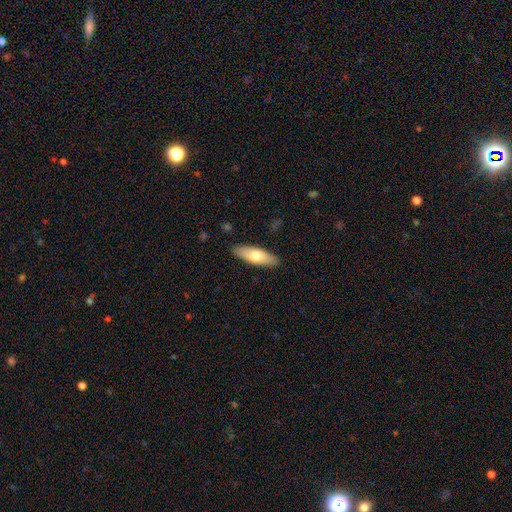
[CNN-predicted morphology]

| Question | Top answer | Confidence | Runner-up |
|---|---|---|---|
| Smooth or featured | smooth | 66% | featured or disk (28%) |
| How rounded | in between | 59% | cigar-shaped (39%) |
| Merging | none | 89% | minor disturbance (8%) |